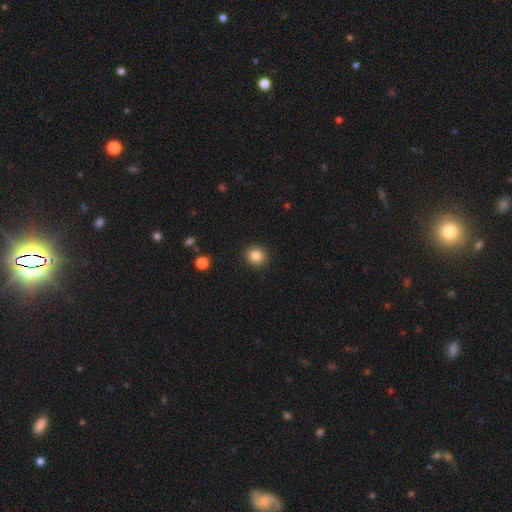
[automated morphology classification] Smooth or featured? Predicted: smooth (p=0.85). How rounded? Predicted: round (p=0.86). Merging? Predicted: none (p=0.91).